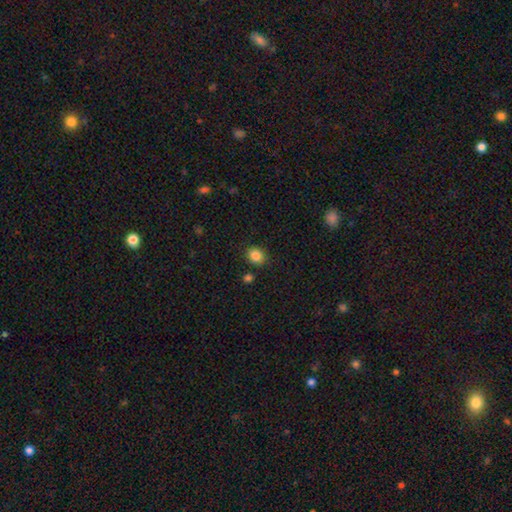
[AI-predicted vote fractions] smooth-or-featured: smooth: 86% | star or artifact: 10% | featured or disk: 4%
  how-rounded: round: 61% | in between: 38% | cigar-shaped: 1%
  merging: none: 86% | minor disturbance: 8% | merger: 4% | major disturbance: 2%